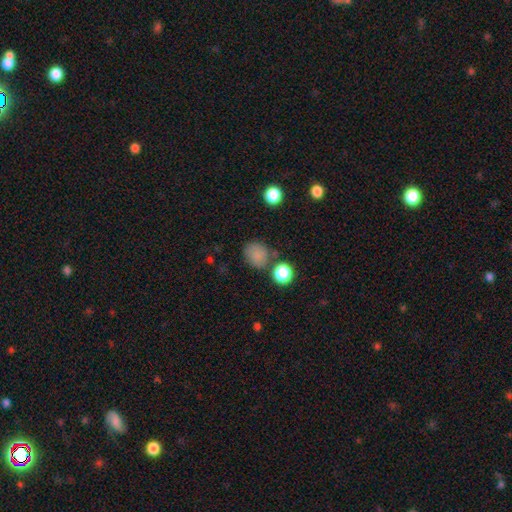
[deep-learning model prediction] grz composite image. It shows a smooth galaxy with no disk features (82%) that is round (74%). Merging: none (72%).